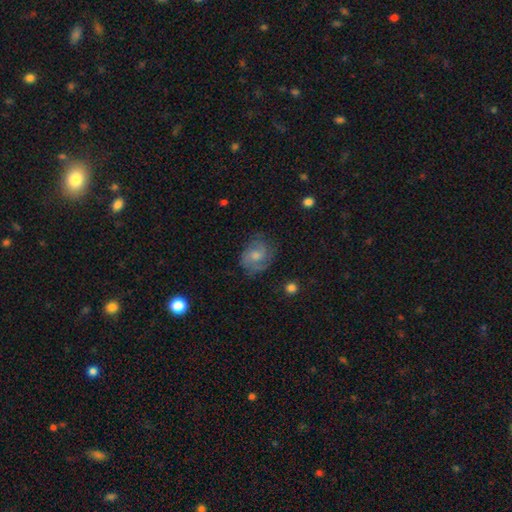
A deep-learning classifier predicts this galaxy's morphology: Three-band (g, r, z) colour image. It shows a featured or disk galaxy (59%) with no bar (64%), 2 (51%) medium (45%) spiral arms (87%) and a moderate central bulge (49%). Merging: none (65%).